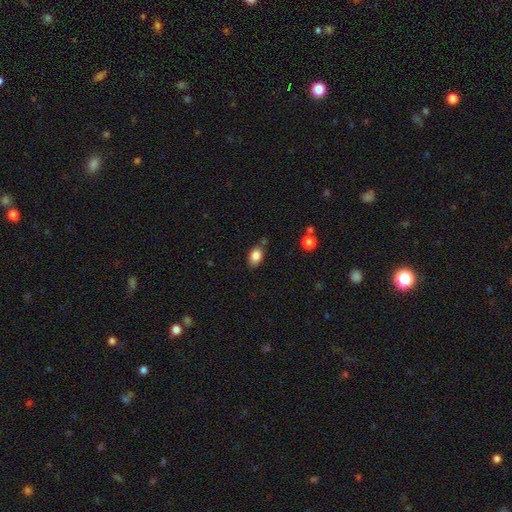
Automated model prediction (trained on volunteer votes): This is clearly a smooth galaxy (85%). How rounded: clearly in between (85%). Merging: likely none (76%).